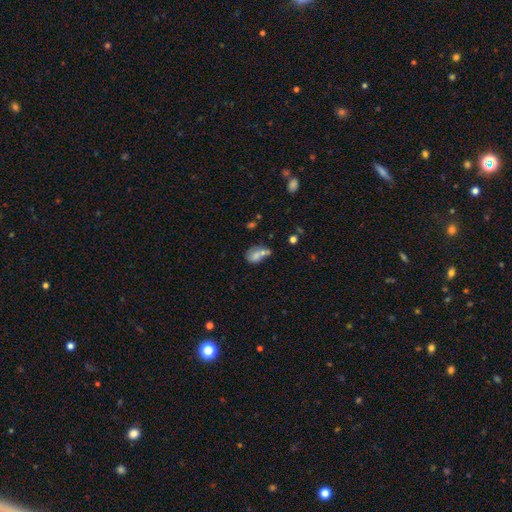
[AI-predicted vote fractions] A smooth galaxy with no disk features (67%) that is in between round and cigar-shaped (74%).

Vote fractions:
- Smooth or featured? smooth: 67% / featured or disk: 21% / star or artifact: 12%
- How rounded? in between: 74% / round: 23% / cigar-shaped: 3%
- Merging? merger: 45% / none: 28% / minor disturbance: 16% / major disturbance: 11%